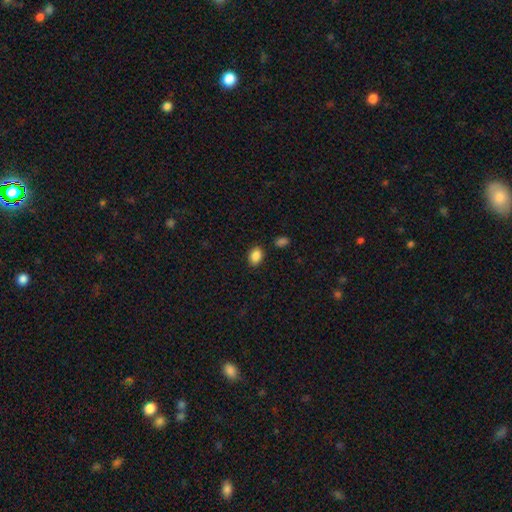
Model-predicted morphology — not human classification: Q: Smooth or featured?
A: smooth (87%); runner-up: star or artifact (9%)
Q: How rounded?
A: in between (74%); runner-up: round (25%)
Q: Merging?
A: none (85%); runner-up: minor disturbance (9%)